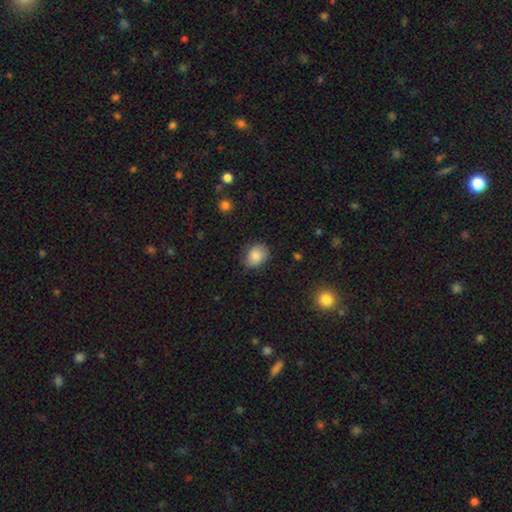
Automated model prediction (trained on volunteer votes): Morphology: type=smooth (83%); roundness=in between (61%); merging=none (78%).